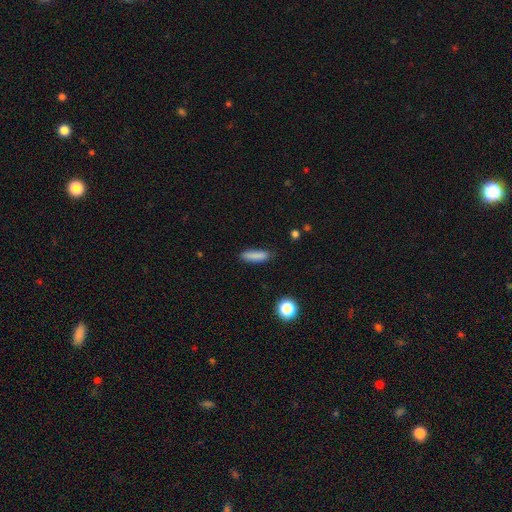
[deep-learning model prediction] Smooth or featured: smooth — 85% (star or artifact — 8%)
How rounded: cigar-shaped — 65% (in between — 33%)
Merging: none — 79% (minor disturbance — 16%)